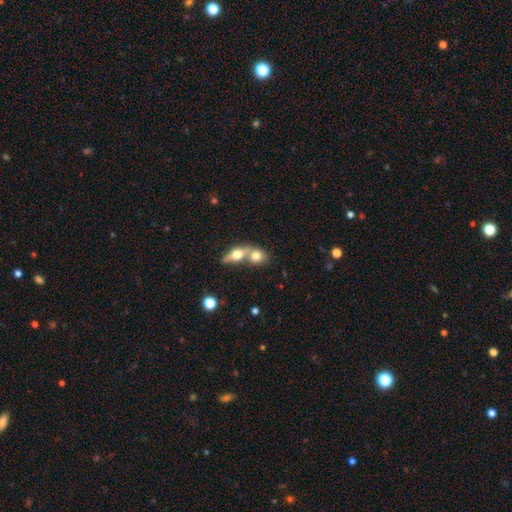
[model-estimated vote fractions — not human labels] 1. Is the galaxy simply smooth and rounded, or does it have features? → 68% smooth, 24% featured or disk, 8% star or artifact.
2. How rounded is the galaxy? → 50% in between, 42% round, 8% cigar-shaped.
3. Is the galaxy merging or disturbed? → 65% merger, 26% none, 6% minor disturbance, 3% major disturbance.